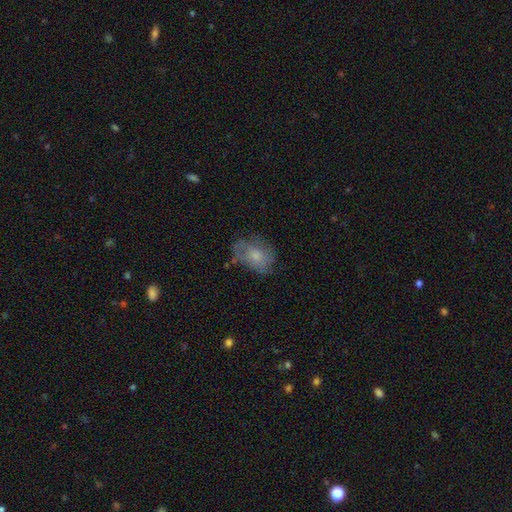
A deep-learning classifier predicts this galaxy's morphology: This appears to be a smooth galaxy with no disk features (58%) that is in between round and cigar-shaped (73%). Merging: none (52%).